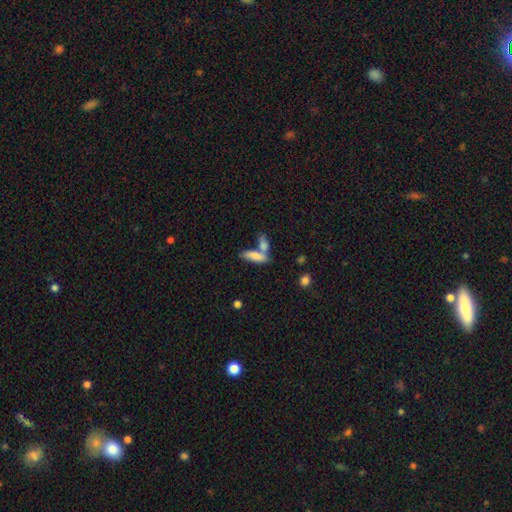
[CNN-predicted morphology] A smooth galaxy with no disk features (80%) that is in between round and cigar-shaped (55%). Merging: merger (46%).